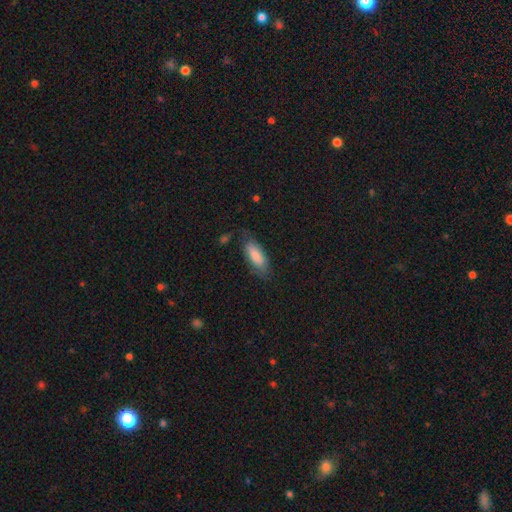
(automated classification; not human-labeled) Smooth or featured?
  - smooth: 82% *
  - featured or disk: 12%
  - star or artifact: 6%
How rounded?
  - in between: 79% *
  - cigar-shaped: 19%
  - round: 2%
Merging?
  - none: 69% *
  - minor disturbance: 23%
  - major disturbance: 7%
  - merger: 2%